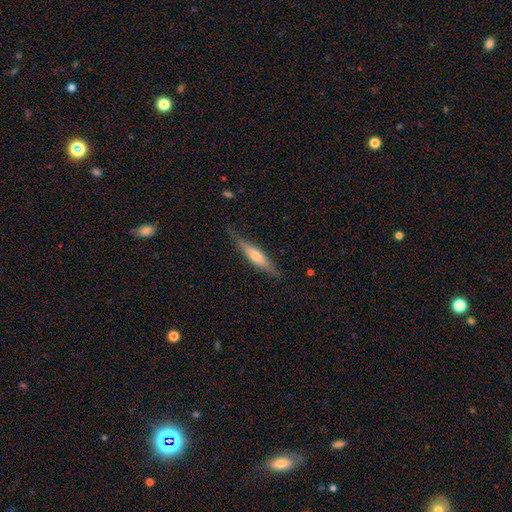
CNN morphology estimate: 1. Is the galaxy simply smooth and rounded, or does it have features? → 52% featured or disk, 42% smooth, 6% star or artifact.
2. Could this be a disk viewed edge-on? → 93% yes, 7% no.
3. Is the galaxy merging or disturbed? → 81% none, 15% minor disturbance, 3% major disturbance, 1% merger.